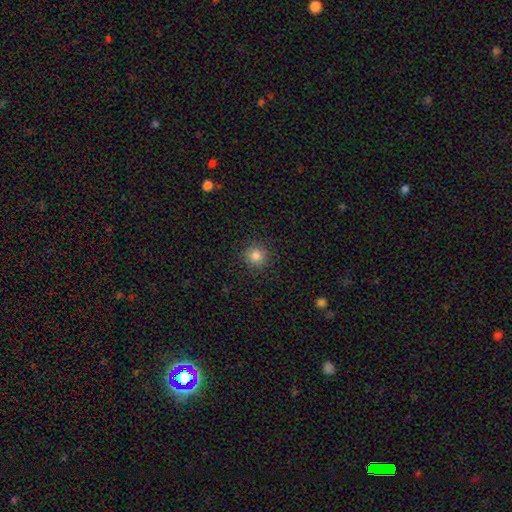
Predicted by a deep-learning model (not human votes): Overall: smooth (83%). How rounded: round (93%). Merging: none (90%).